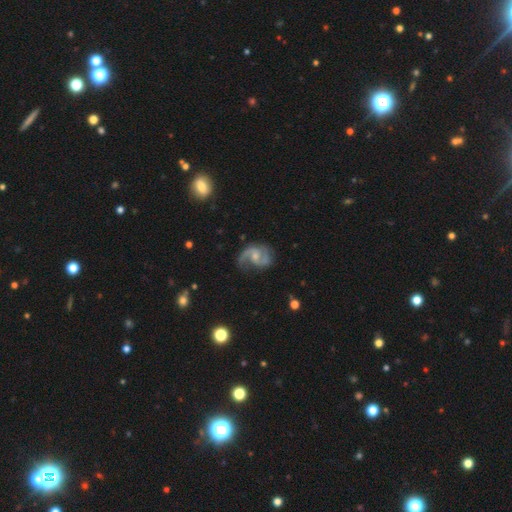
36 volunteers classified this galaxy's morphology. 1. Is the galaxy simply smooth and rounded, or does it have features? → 94% featured or disk, 6% star or artifact, 0% smooth.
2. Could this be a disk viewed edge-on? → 100% no, 0% yes.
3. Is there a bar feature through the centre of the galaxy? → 59% no, 38% weak, 3% strong.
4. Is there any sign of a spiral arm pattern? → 100% yes, 0% no.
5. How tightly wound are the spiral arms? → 56% medium, 26% loose, 18% tight.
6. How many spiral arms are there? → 91% 2, 6% 1, 3% more than 4, 0% 3, 0% 4, 0% can't tell.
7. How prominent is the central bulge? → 44% small, 38% moderate, 12% none, 6% large, 0% dominant.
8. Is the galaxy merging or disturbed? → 65% none, 24% minor disturbance, 12% major disturbance, 0% merger.